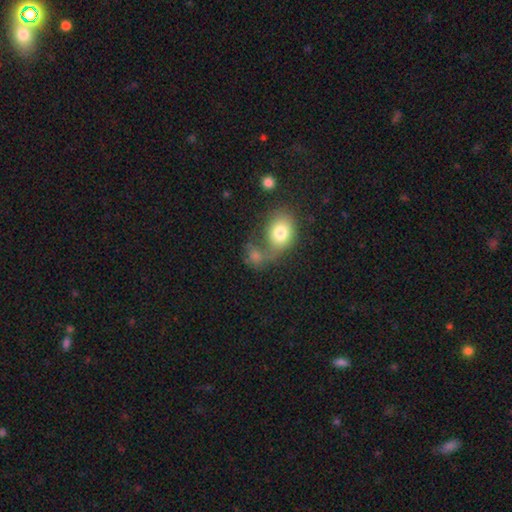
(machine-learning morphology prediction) A smooth galaxy with no disk features (70%) that is round (50%).

Vote fractions:
- Smooth or featured? smooth: 70% / featured or disk: 17% / star or artifact: 13%
- How rounded? round: 50% / in between: 48% / cigar-shaped: 2%
- Merging? merger: 49% / none: 28% / major disturbance: 12% / minor disturbance: 11%